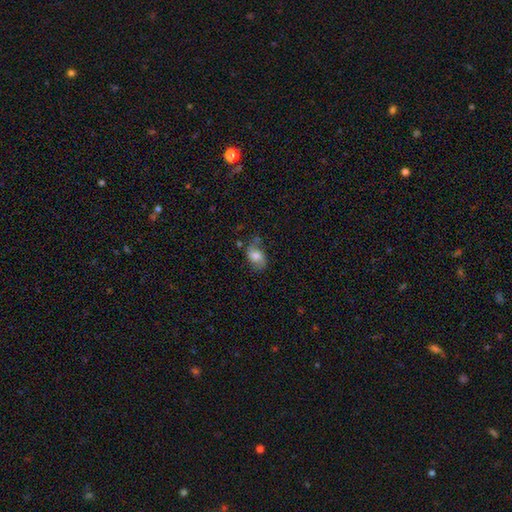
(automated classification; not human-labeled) A smooth galaxy with no disk features (60%) that is in between round and cigar-shaped (84%). Merging: none (52%).